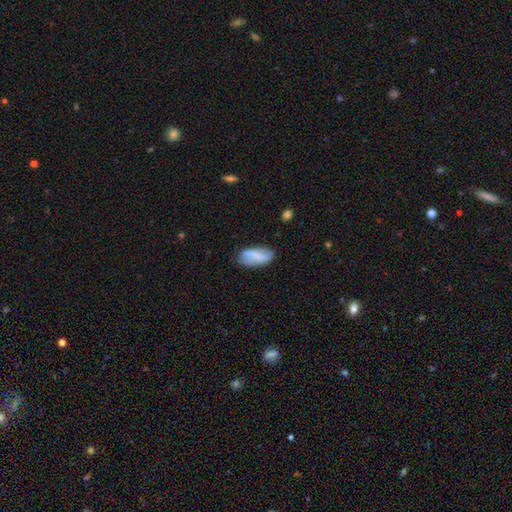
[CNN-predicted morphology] smooth 58%, featured or disk 35%, star or artifact 7%. Down the decision tree: how rounded — in between (89%); merging — none (76%).